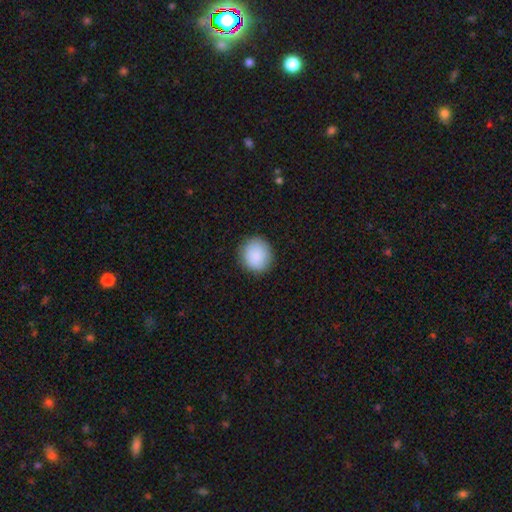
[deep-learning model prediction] The model was most divided on "how rounded": round: 87%, in between: 12%, cigar-shaped: 1%. More confident: smooth or featured — smooth (89%); merging — none (89%).